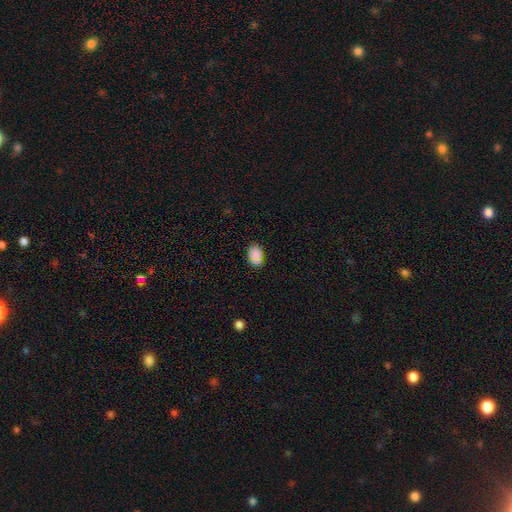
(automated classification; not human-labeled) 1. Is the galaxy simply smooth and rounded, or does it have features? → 76% smooth, 19% star or artifact, 5% featured or disk.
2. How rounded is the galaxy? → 66% in between, 33% round, 2% cigar-shaped.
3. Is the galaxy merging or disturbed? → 85% none, 11% minor disturbance, 3% major disturbance, 2% merger.